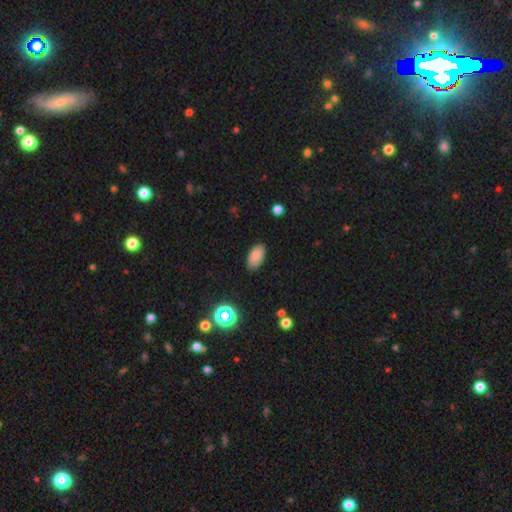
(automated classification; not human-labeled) Morphology: type=smooth (81%); roundness=in between (94%); merging=none (83%).